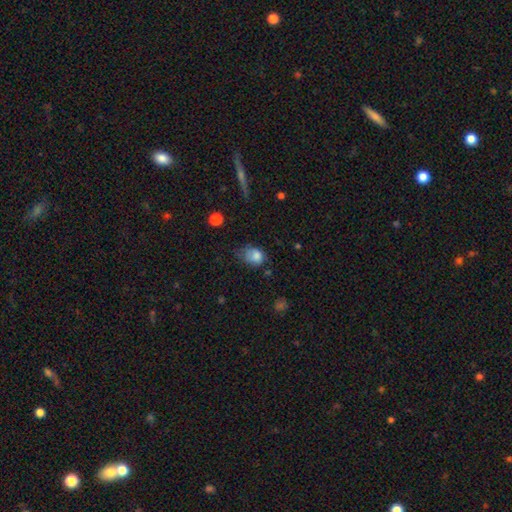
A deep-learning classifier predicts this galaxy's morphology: smooth-or-featured: smooth: 79% | featured or disk: 11% | star or artifact: 10%
  how-rounded: in between: 62% | round: 37% | cigar-shaped: 1%
  merging: none: 38% (tied) | minor disturbance: 38% (tied) | major disturbance: 20% | merger: 3%